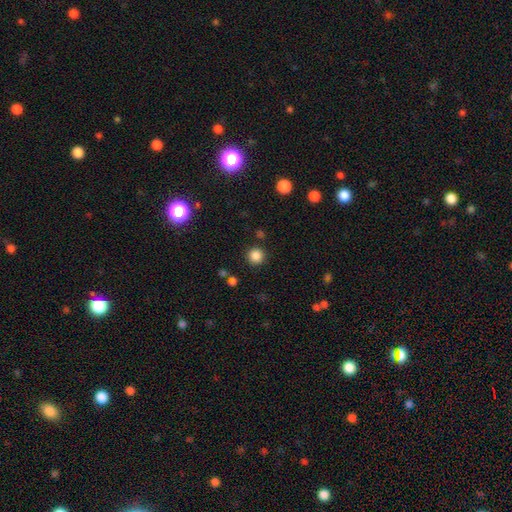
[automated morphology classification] The model was most divided on "smooth or featured": smooth: 85%, star or artifact: 12%, featured or disk: 3%. More confident: how rounded — round (95%); merging — none (89%).